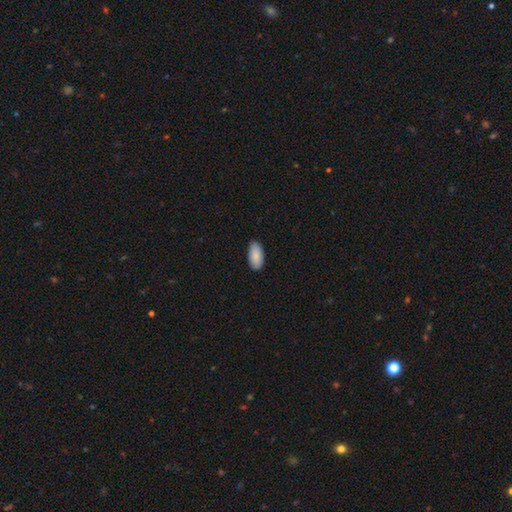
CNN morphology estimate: Smooth or featured: smooth — 88% (star or artifact — 6%)
How rounded: in between — 94% (cigar-shaped — 5%)
Merging: none — 85% (minor disturbance — 12%)